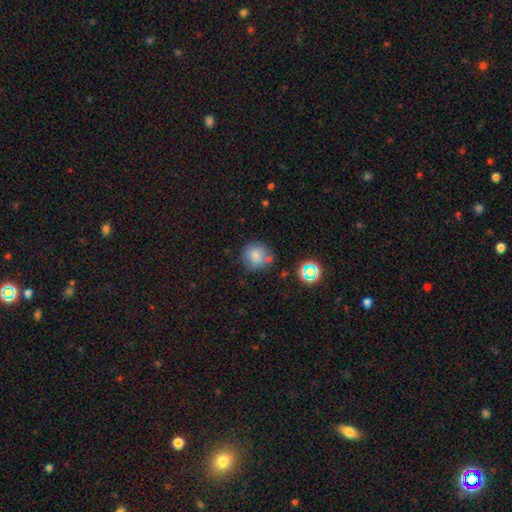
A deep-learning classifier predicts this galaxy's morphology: smooth_or_featured: smooth (p=0.79) [alt: star or artifact p=0.13]
how_rounded: round (p=0.92) [alt: in between p=0.07]
merging: none (p=0.74) [alt: minor disturbance p=0.14]